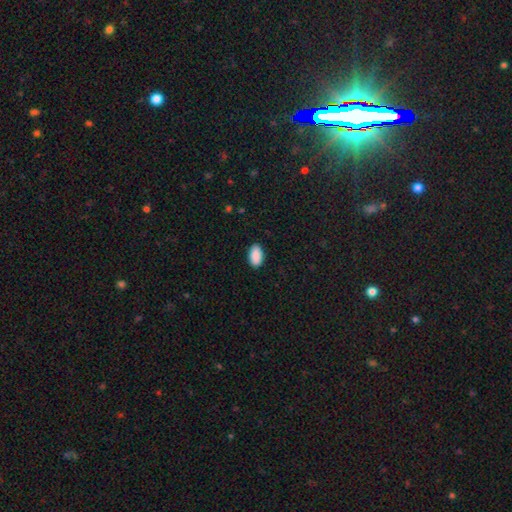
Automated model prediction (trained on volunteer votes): Smooth or featured? smooth (91%)
How rounded? in between (95%)
Merging? none (89%)